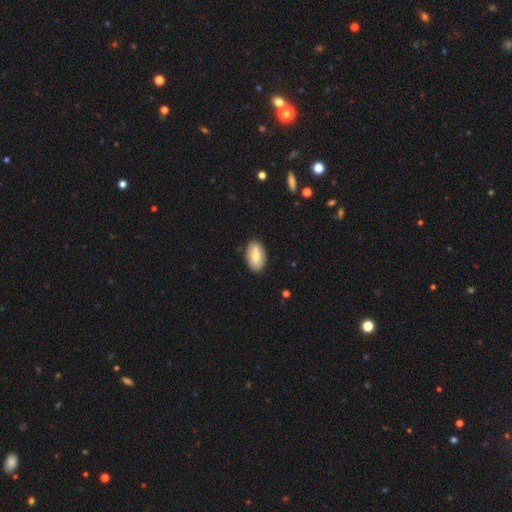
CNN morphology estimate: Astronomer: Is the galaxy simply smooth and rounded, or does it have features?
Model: smooth — 74%.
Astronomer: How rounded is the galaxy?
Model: in between — 93%.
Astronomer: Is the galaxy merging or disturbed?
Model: none — 87%.